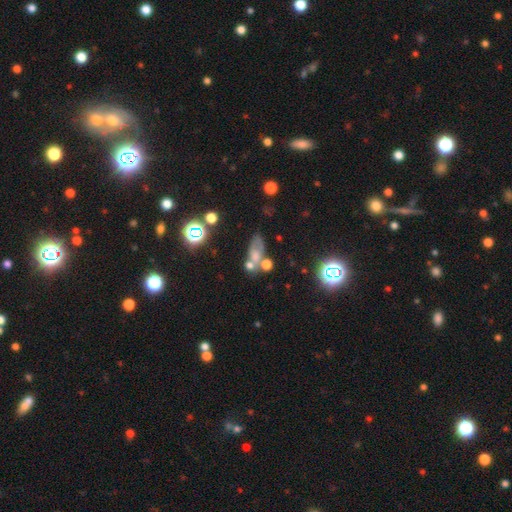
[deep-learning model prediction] The model was most divided on "merging": none: 35%, merger: 33%, minor disturbance: 17%, major disturbance: 15%. More confident: how rounded — in between (69%); smooth or featured — smooth (52%).